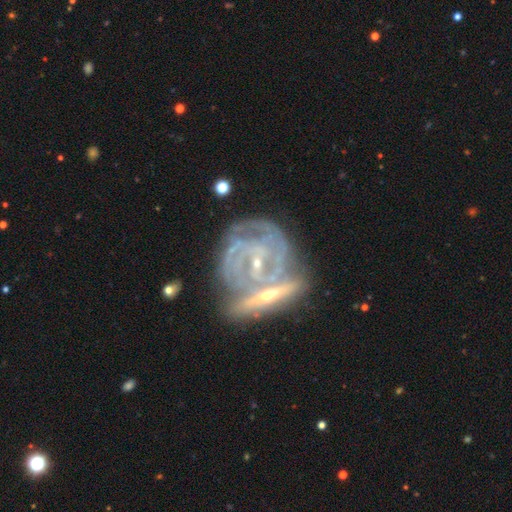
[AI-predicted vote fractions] Overall: featured or disk (85%). Edge-on disk: no (91%). Bar: no (49%; weak 33%). Spiral arms: yes (91%). Spiral arm count: can't tell (35%; 3 24%). Spiral winding: tight (69%). Bulge size: small (77%). Merging: merger (48%; none 34%).